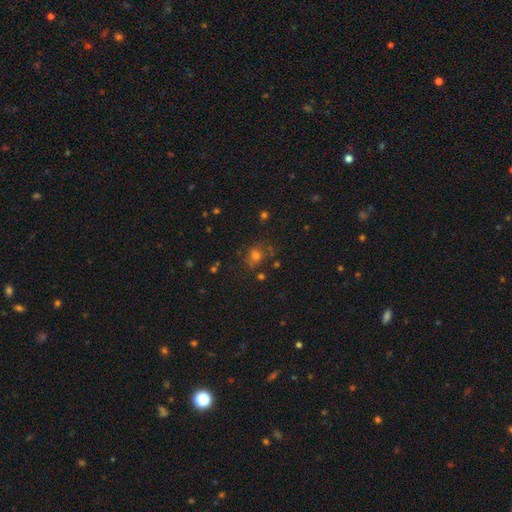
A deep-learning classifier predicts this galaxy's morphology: This appears to be a smooth galaxy with no disk features (64%) that is round (65%). Merging: none (62%).